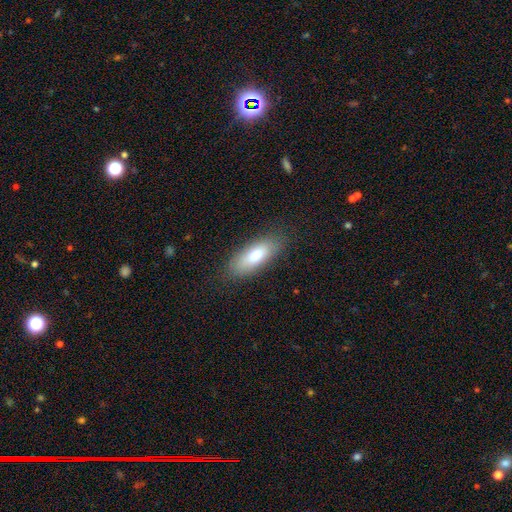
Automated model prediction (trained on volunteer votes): A smooth galaxy with no disk features (75%) that is in between round and cigar-shaped (74%). Merging: none (84%).